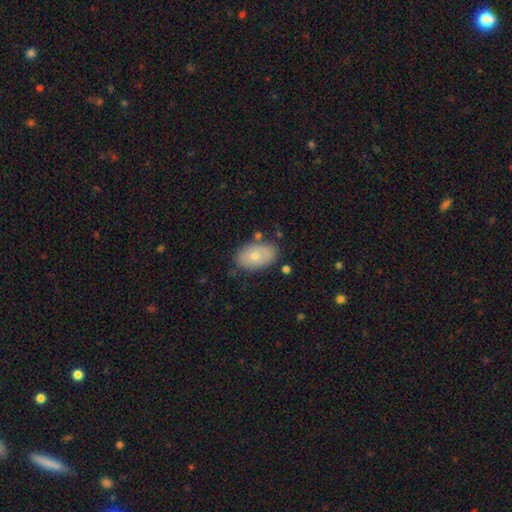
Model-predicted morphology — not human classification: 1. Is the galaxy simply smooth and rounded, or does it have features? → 74% smooth, 20% featured or disk, 7% star or artifact.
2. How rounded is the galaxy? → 92% in between, 7% round, 1% cigar-shaped.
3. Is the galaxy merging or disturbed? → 76% none, 17% minor disturbance, 4% major disturbance, 4% merger.